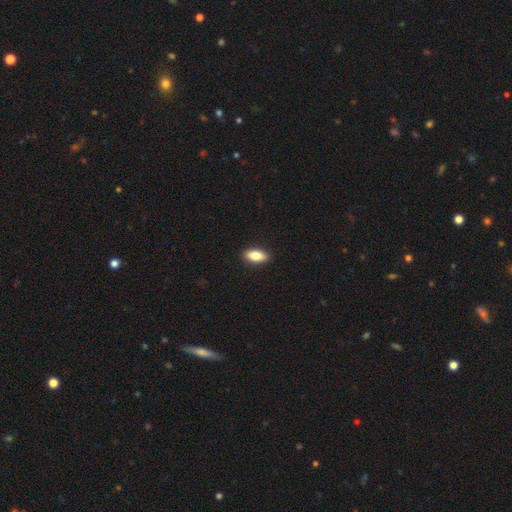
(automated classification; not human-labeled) Q: Smooth or featured?
A: smooth (83%); runner-up: featured or disk (11%)
Q: How rounded?
A: in between (89%); runner-up: cigar-shaped (7%)
Q: Merging?
A: none (90%); runner-up: minor disturbance (7%)